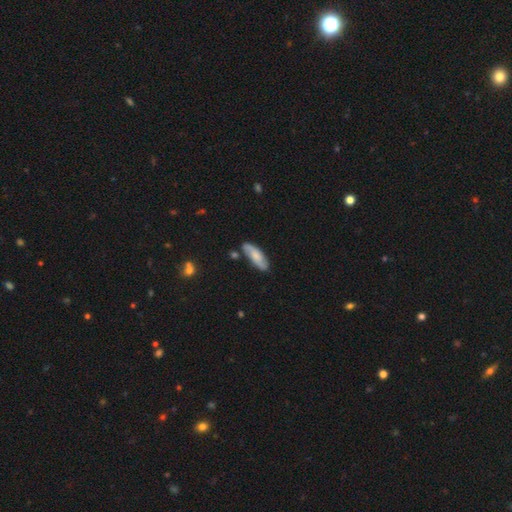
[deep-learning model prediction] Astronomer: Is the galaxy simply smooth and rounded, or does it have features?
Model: smooth — 60%.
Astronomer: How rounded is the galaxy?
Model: in between — 60% (runner-up: cigar-shaped, 38%).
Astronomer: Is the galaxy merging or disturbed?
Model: none — 76%.